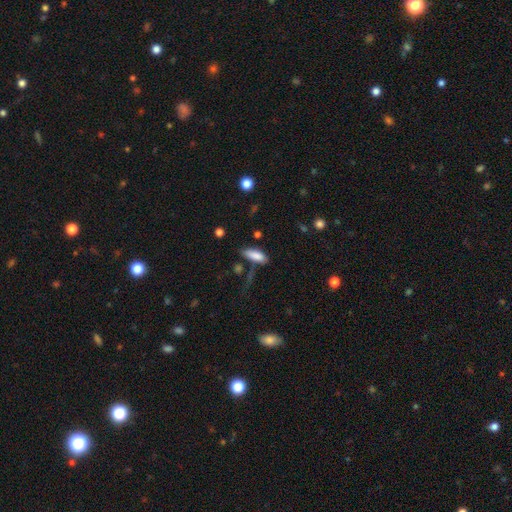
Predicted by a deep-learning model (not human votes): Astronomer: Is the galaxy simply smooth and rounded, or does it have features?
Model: smooth — 83%.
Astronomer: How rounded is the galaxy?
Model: in between — 69%.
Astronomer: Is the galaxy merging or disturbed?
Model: none — 63%.